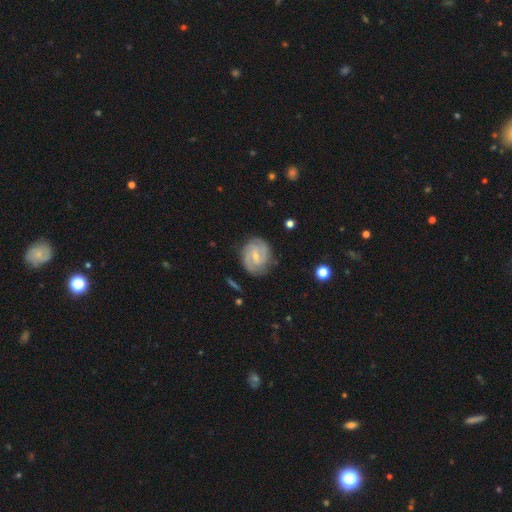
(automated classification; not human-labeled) Smooth or featured? Predicted: featured or disk (p=0.81). Edge-on disk? Predicted: no (p=0.97). Bar? Predicted: weak (p=0.58). Spiral arms? Predicted: yes (p=0.94). Spiral winding? Predicted: tight (p=0.51). Spiral arm count? Predicted: 2 (p=0.66). Bulge size? Predicted: small (p=0.61). Merging? Predicted: none (p=0.81).